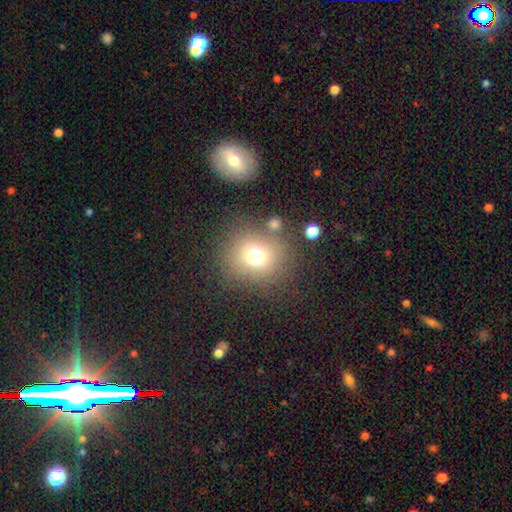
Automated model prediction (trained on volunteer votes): This is likely a smooth galaxy (71%). How rounded: clearly round (84%). Merging: likely none (76%).